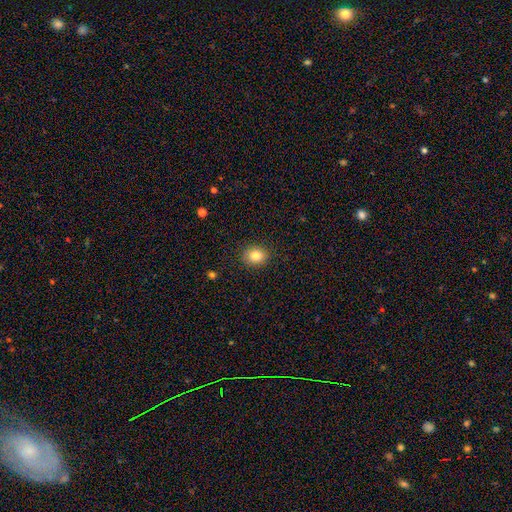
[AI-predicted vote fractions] Q: Smooth or featured?
A: smooth (83%); runner-up: star or artifact (10%)
Q: How rounded?
A: round (64%); runner-up: in between (35%)
Q: Merging?
A: none (88%); runner-up: minor disturbance (9%)